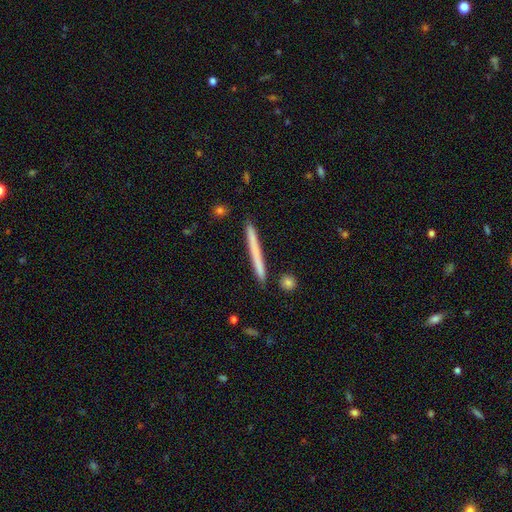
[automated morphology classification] This appears to be a smooth galaxy with no disk features (46%). Merging: none (84%).